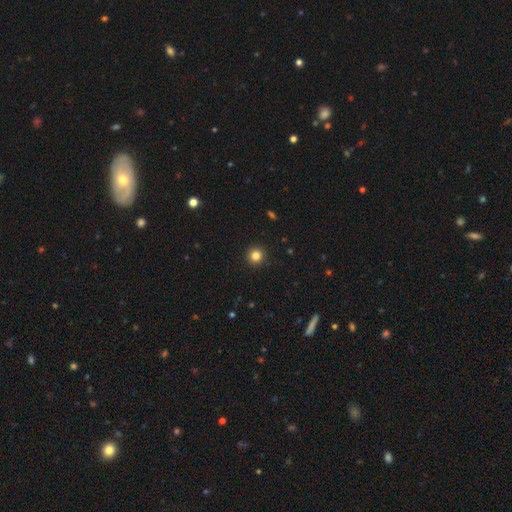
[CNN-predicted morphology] Overall: smooth (83%). How rounded: round (95%). Merging: none (93%).